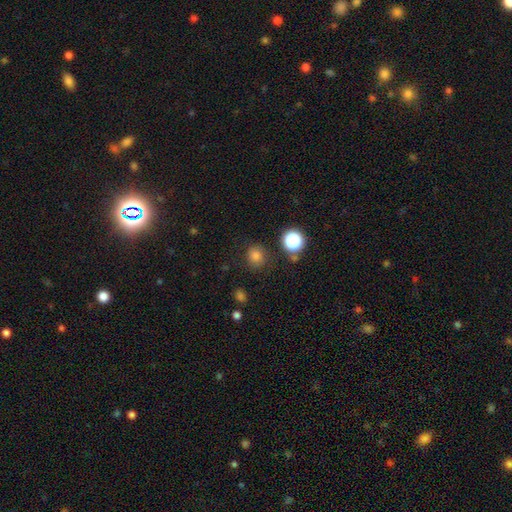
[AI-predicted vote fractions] This is likely a smooth galaxy (79%). How rounded: clearly round (84%). Merging: clearly none (82%).